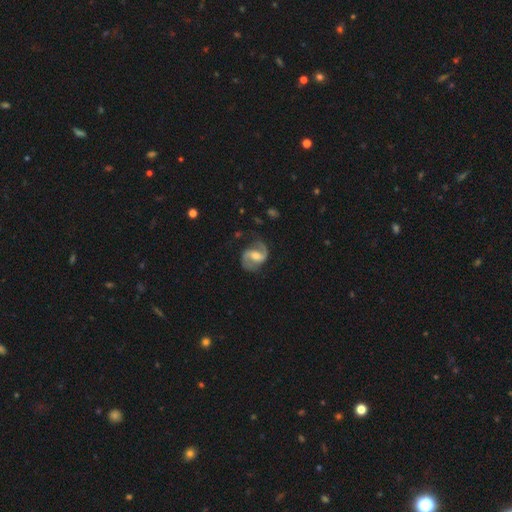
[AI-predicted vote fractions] A featured or disk galaxy (88%) with a weak bar (48%), 2 (93%) medium (55%) spiral arms (97%) and a moderate central bulge (57%).

Vote fractions:
- Smooth or featured? featured or disk: 88% / smooth: 7% / star or artifact: 5%
- Edge-on disk? no: 98% / yes: 2%
- Bar? weak: 48% / strong: 29% / no: 23%
- Spiral arms? yes: 97% / no: 3%
- Spiral winding? medium: 55% / loose: 30% / tight: 16%
- Spiral arm count? 2: 93% / can't tell: 2% / 1: 2% / 3: 1% / 4: 1% / more than 4: 1%
- Bulge size? moderate: 57% / small: 33% / large: 5% / none: 4% / dominant: 1%
- Merging? none: 79% / minor disturbance: 14% / major disturbance: 6% / merger: 1%